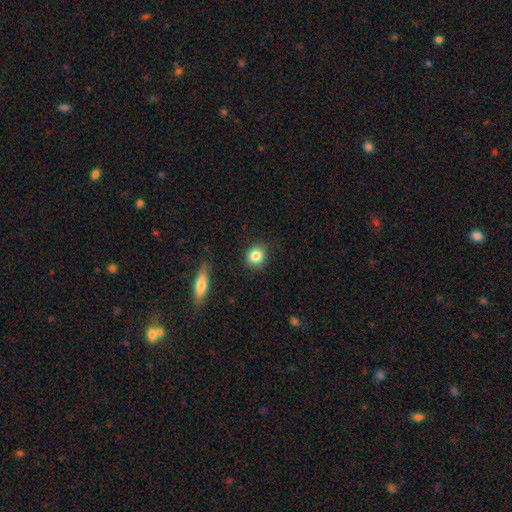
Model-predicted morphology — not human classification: The model was most divided on "how rounded": round: 78%, in between: 20%, cigar-shaped: 1%. More confident: merging — none (86%); smooth or featured — smooth (84%).